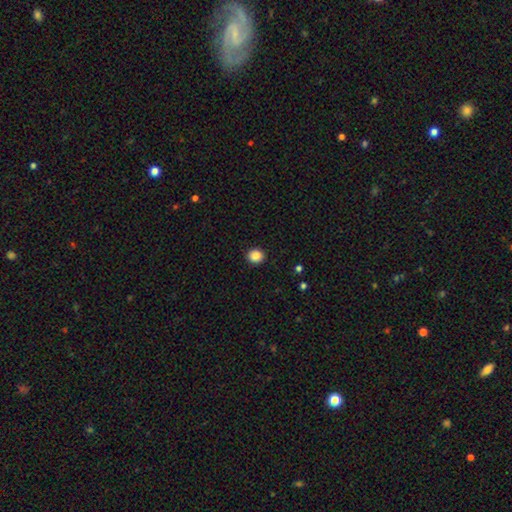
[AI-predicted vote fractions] Smooth or featured: smooth — 87% (star or artifact — 10%)
How rounded: round — 81% (in between — 18%)
Merging: none — 92% (minor disturbance — 6%)